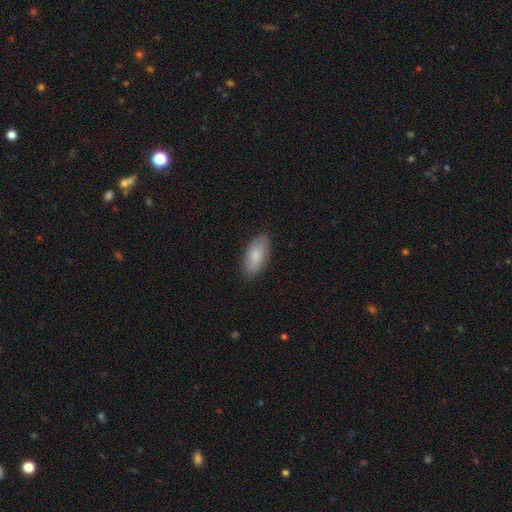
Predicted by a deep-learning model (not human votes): Smooth or featured: smooth — 83% (featured or disk — 12%)
How rounded: in between — 92% (cigar-shaped — 5%)
Merging: none — 85% (minor disturbance — 12%)